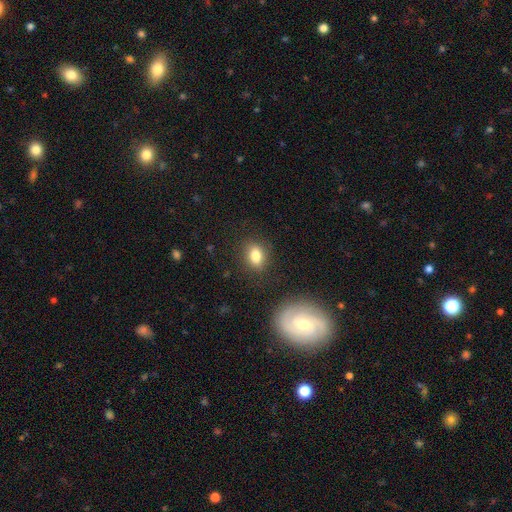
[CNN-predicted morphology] This is clearly a smooth galaxy (83%). How rounded: likely in between (71%). Merging: clearly none (83%).